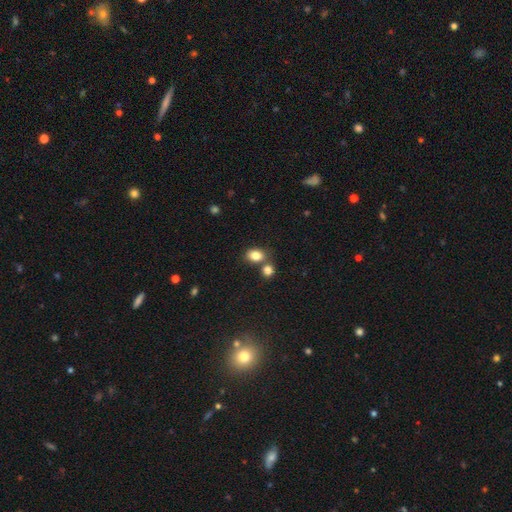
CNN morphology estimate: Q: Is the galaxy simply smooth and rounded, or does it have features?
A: smooth — 83%.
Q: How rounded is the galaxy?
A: in between — 65%.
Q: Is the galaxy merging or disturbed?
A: none — 58%.